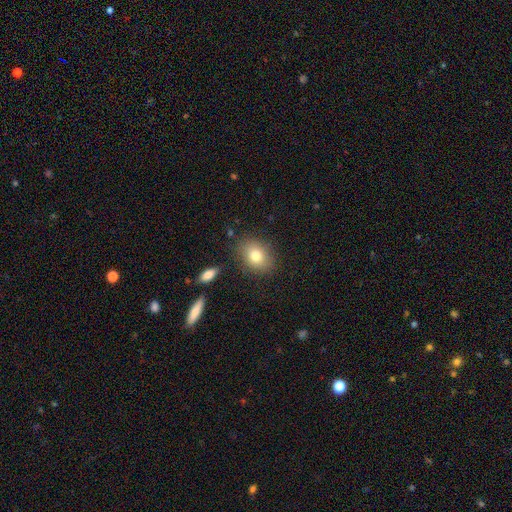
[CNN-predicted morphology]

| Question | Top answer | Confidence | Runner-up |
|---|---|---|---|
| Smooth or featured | smooth | 79% | featured or disk (11%) |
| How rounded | in between | 64% | round (35%) |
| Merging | none | 82% | minor disturbance (12%) |